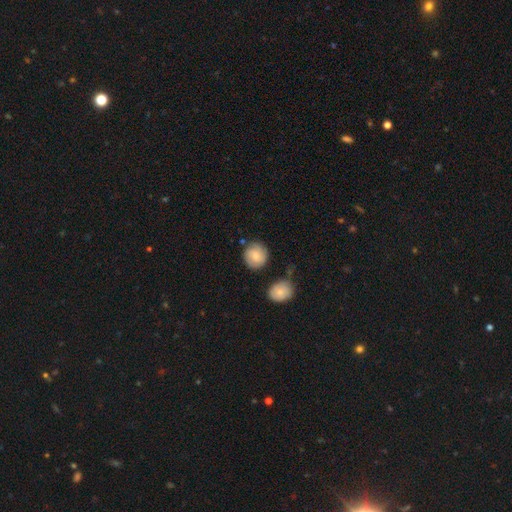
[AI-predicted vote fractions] Smooth or featured: smooth — 75% (featured or disk — 18%)
How rounded: round — 89% (in between — 10%)
Merging: none — 78% (minor disturbance — 13%)